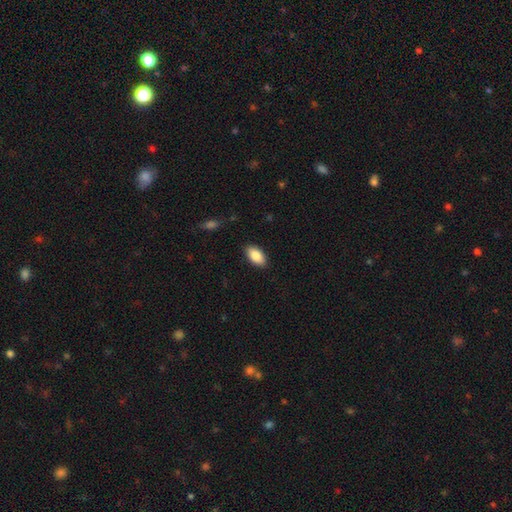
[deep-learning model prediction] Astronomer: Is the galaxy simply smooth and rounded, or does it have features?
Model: smooth — 87%.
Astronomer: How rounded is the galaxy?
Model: in between — 94%.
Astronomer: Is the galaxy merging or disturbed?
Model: none — 88%.